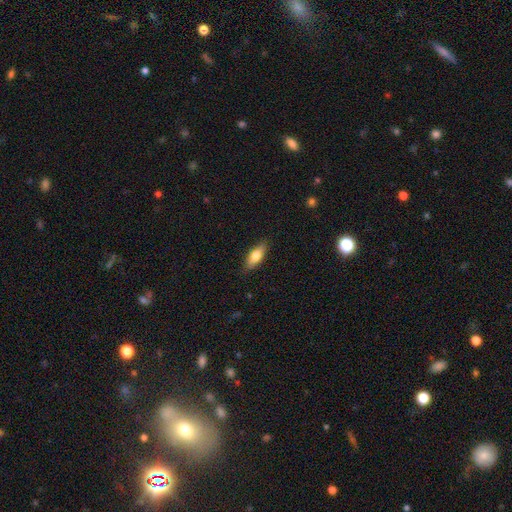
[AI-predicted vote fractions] A smooth galaxy with no disk features (71%) that is in between round and cigar-shaped (70%).

Vote fractions:
- Smooth or featured? smooth: 71% / featured or disk: 23% / star or artifact: 6%
- How rounded? in between: 70% / cigar-shaped: 27% / round: 3%
- Merging? none: 86% / minor disturbance: 11% / major disturbance: 2% / merger: 1%